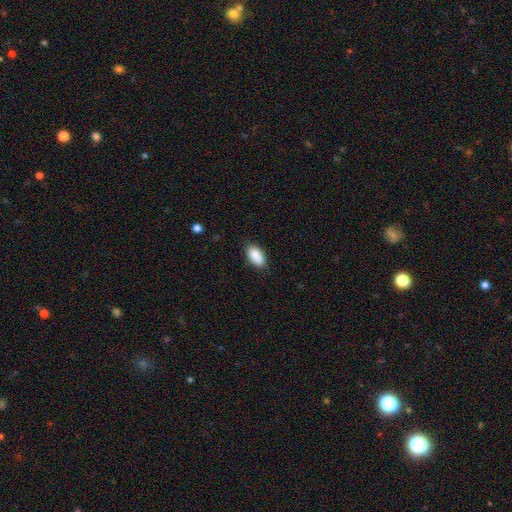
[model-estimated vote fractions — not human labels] This appears to be a smooth galaxy with no disk features (88%) that is in between round and cigar-shaped (94%). Merging: none (83%).